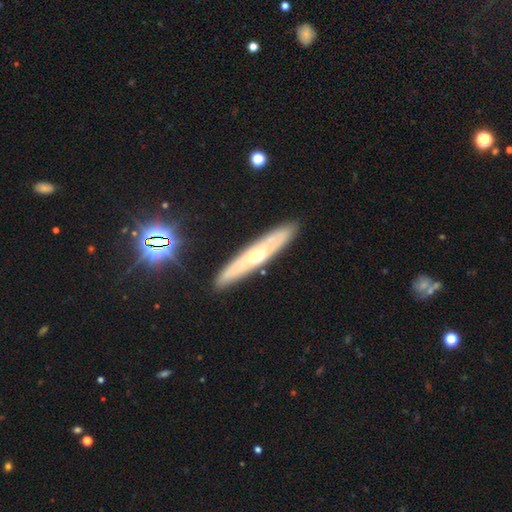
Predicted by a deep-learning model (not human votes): Q: Smooth or featured?
A: featured or disk (62%); runner-up: smooth (30%)
Q: Edge-on disk?
A: yes (74%); runner-up: no (26%)
Q: Merging?
A: none (87%); runner-up: minor disturbance (9%)